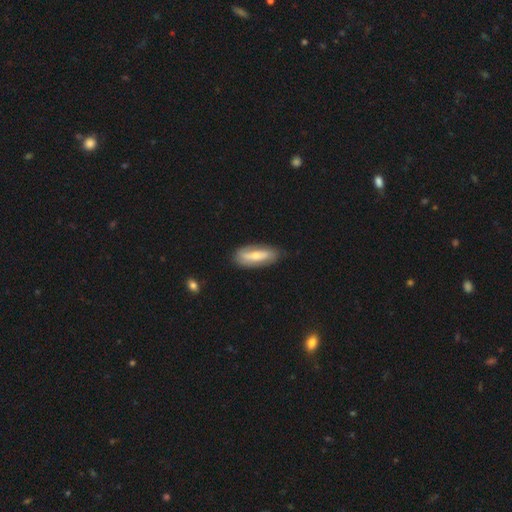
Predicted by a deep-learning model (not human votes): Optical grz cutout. It shows a featured or disk galaxy (50%). Merging: none (80%).